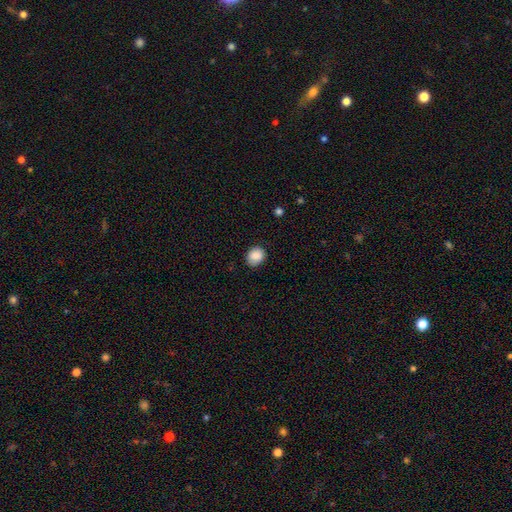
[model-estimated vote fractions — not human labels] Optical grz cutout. It shows a smooth galaxy with no disk features (87%) that is round (62%). Merging: none (83%).